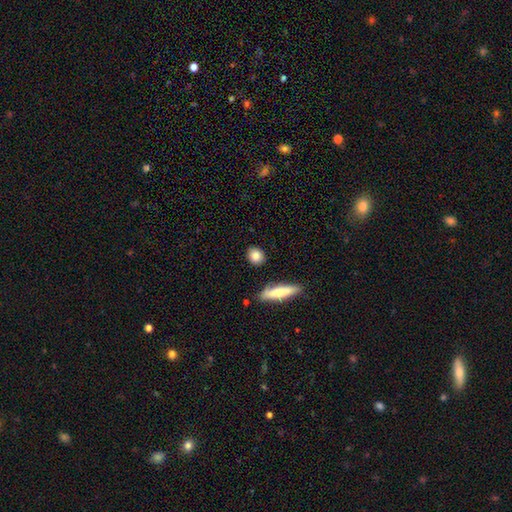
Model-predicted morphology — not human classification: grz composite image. It shows a smooth galaxy with no disk features (85%) that is round (58%). Merging: none (86%).